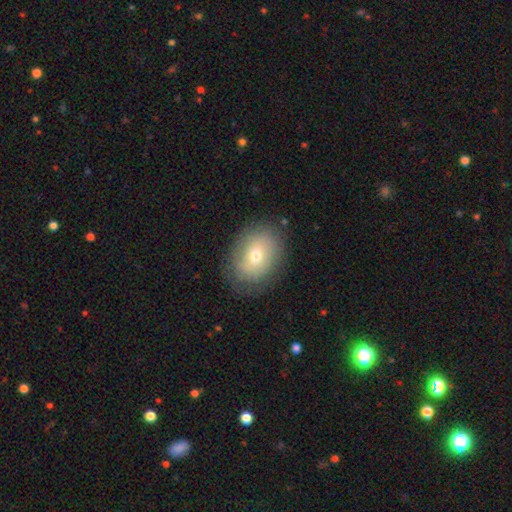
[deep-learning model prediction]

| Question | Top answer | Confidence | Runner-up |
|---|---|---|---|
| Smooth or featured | smooth | 62% | featured or disk (29%) |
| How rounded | in between | 63% | round (36%) |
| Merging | none | 80% | minor disturbance (14%) |